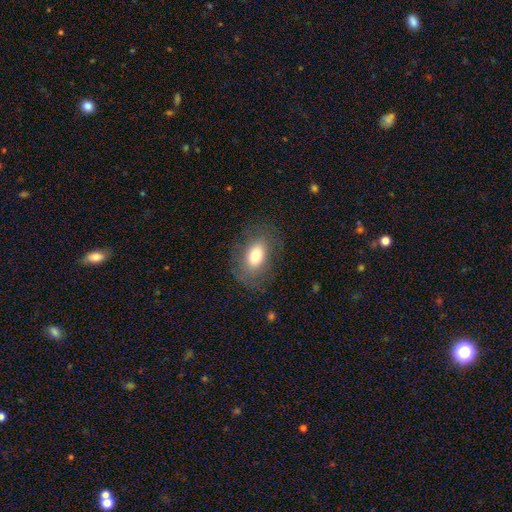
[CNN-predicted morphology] smooth 73%, featured or disk 18%, star or artifact 9%. Down the decision tree: how rounded — in between (85%); merging — none (77%).